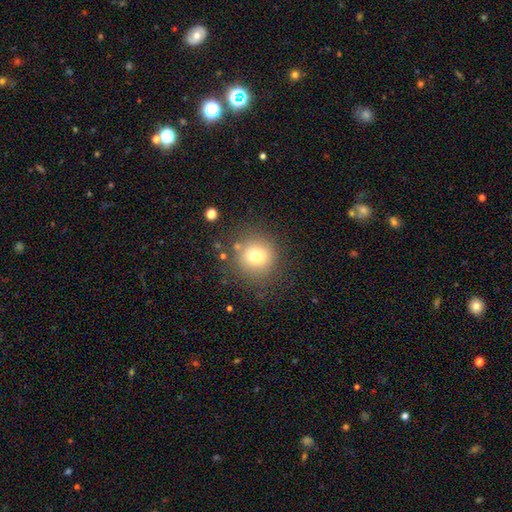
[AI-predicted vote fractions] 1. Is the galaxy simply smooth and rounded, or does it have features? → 74% smooth, 15% star or artifact, 12% featured or disk.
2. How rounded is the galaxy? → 92% round, 7% in between, 1% cigar-shaped.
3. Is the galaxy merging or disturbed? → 81% none, 11% minor disturbance, 5% major disturbance, 3% merger.